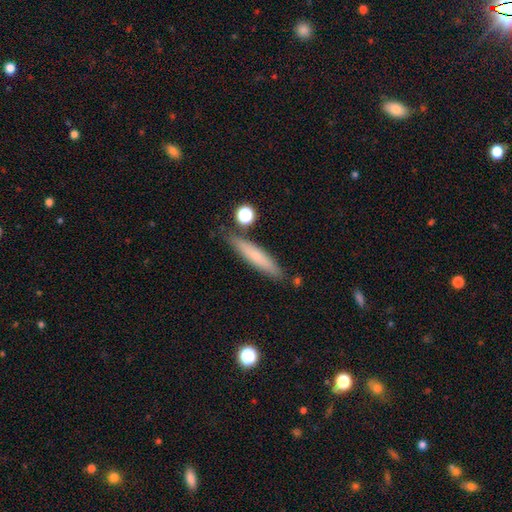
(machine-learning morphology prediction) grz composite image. It shows a smooth galaxy with no disk features (66%) that is cigar-shaped (89%). Merging: none (81%).